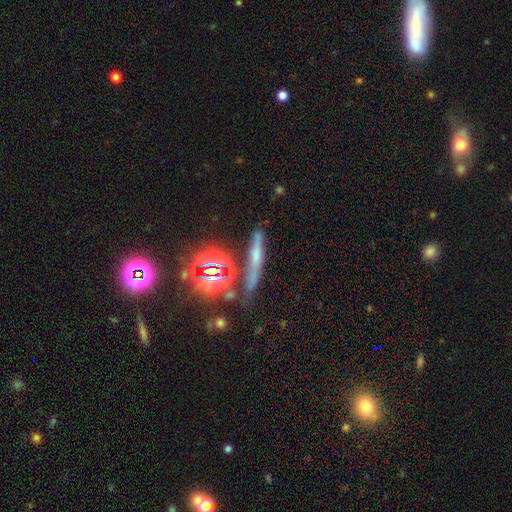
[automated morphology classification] Smooth or featured? featured or disk (34%, tied with star or artifact)
Merging? none (76%)